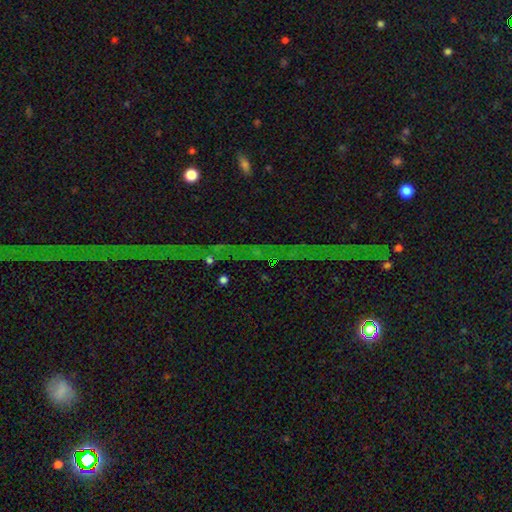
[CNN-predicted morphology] Smooth or featured? Predicted: star or artifact (p=0.81).